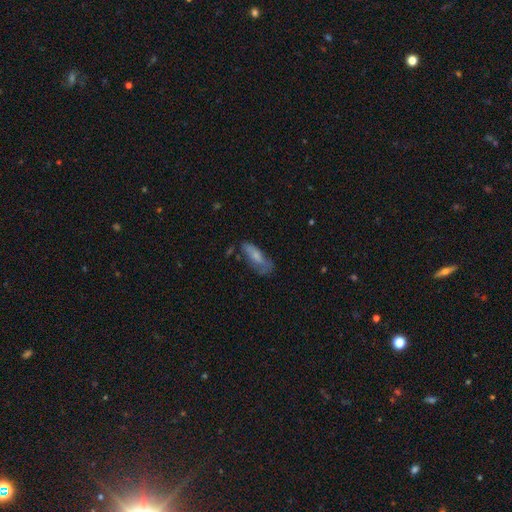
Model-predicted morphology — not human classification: Smooth or featured? smooth (64%)
How rounded? in between (57%)
Merging? none (47%)